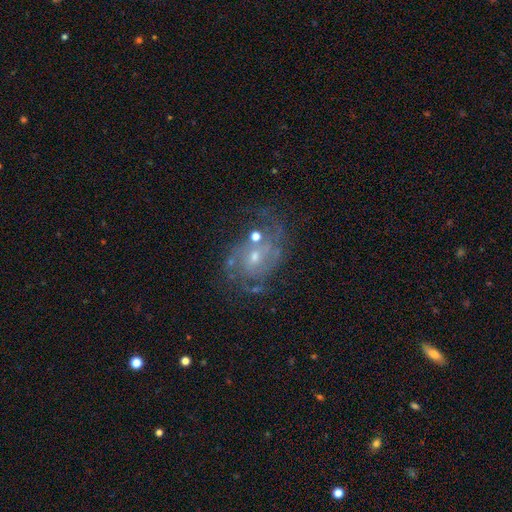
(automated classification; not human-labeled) Morphology: type=featured or disk (77%); edge-on=no (97%); bar=no (64%); spiral arms=yes (84%); winding=medium (43%); arm count=2 (38%); bulge=small (58%); merging=none (57%).